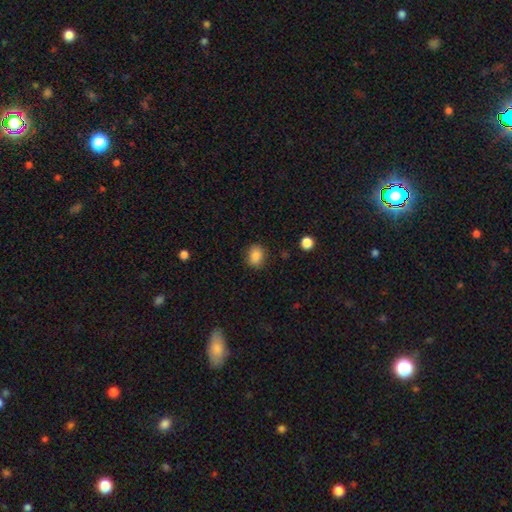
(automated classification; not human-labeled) Smooth or featured? Predicted: smooth (p=0.85). How rounded? Predicted: in between (p=0.50). Merging? Predicted: none (p=0.83).